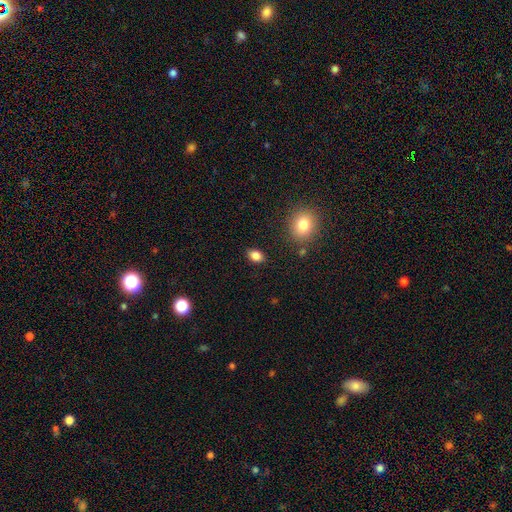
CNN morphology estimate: Smooth or featured?
  - smooth: 84% *
  - star or artifact: 10%
  - featured or disk: 6%
How rounded?
  - in between: 79% *
  - round: 20%
  - cigar-shaped: 2%
Merging?
  - none: 86% *
  - minor disturbance: 9%
  - major disturbance: 3%
  - merger: 2%